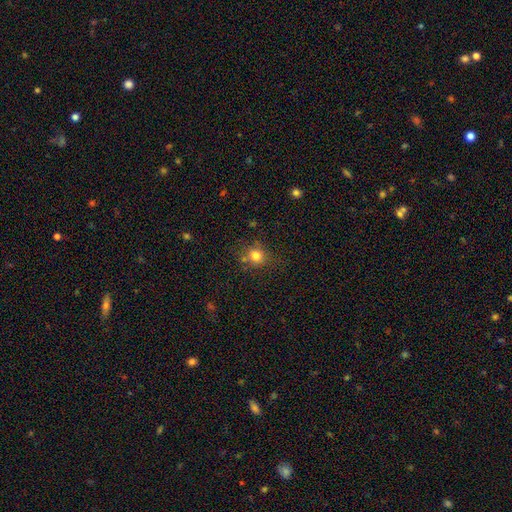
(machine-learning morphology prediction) Smooth or featured? Predicted: smooth (p=0.79). How rounded? Predicted: round (p=0.85). Merging? Predicted: none (p=0.72).